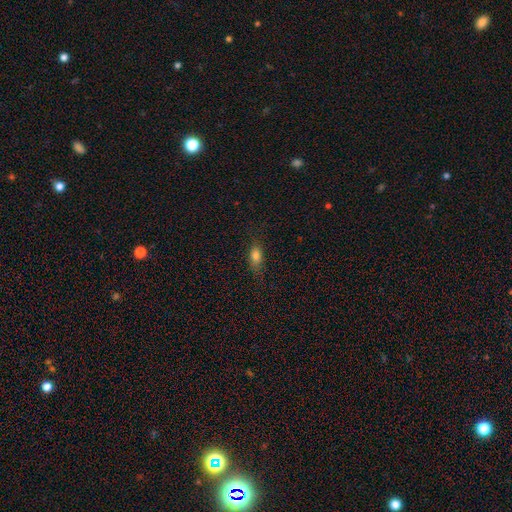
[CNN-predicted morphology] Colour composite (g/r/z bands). It shows a smooth galaxy with no disk features (80%) that is in between round and cigar-shaped (81%). Merging: none (77%).